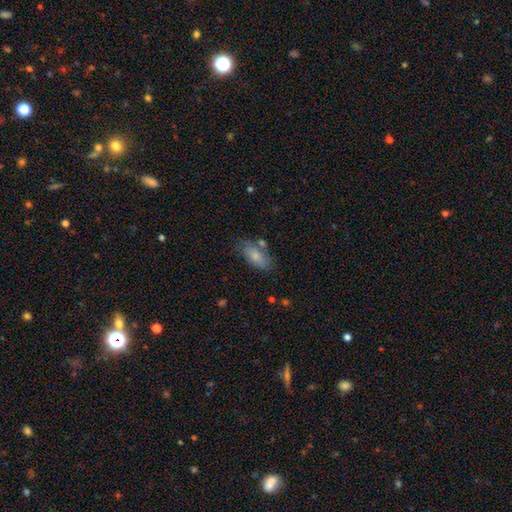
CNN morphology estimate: A smooth galaxy with no disk features (79%) that is in between round and cigar-shaped (87%). Merging: none (67%).